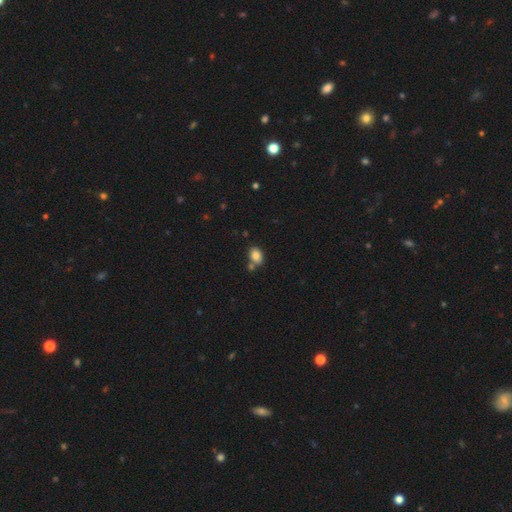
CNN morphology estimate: Q: Smooth or featured?
A: smooth (84%); runner-up: star or artifact (9%)
Q: How rounded?
A: in between (79%); runner-up: round (20%)
Q: Merging?
A: none (63%); runner-up: merger (20%)